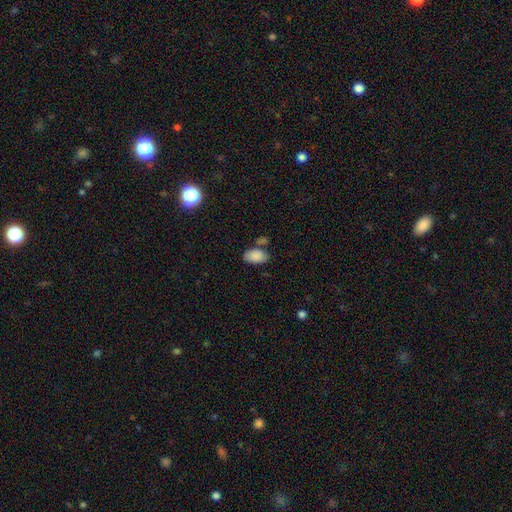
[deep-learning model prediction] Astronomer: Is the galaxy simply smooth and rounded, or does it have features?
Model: smooth — 87%.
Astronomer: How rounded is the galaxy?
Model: in between — 93%.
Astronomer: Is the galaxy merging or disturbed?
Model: none — 62%.